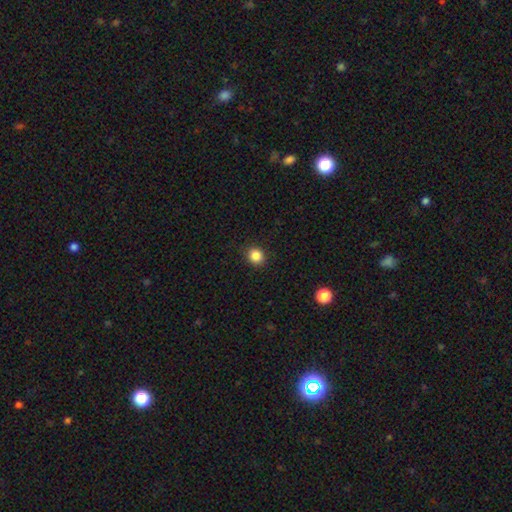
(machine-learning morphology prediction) Smooth or featured? smooth (86%)
How rounded? round (80%)
Merging? none (89%)